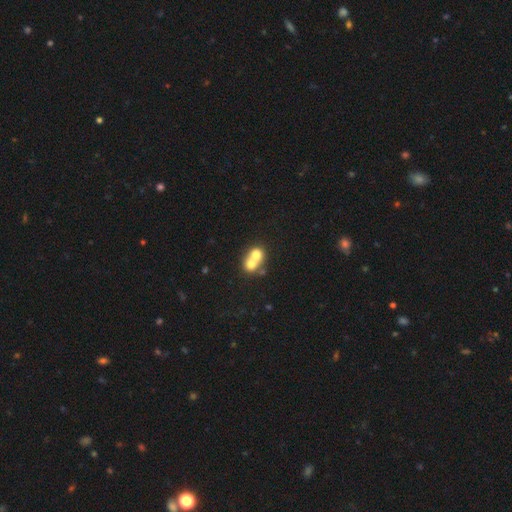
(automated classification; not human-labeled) Smooth or featured: smooth — 68% (featured or disk — 22%)
How rounded: round — 70% (in between — 29%)
Merging: merger — 73% (none — 21%)